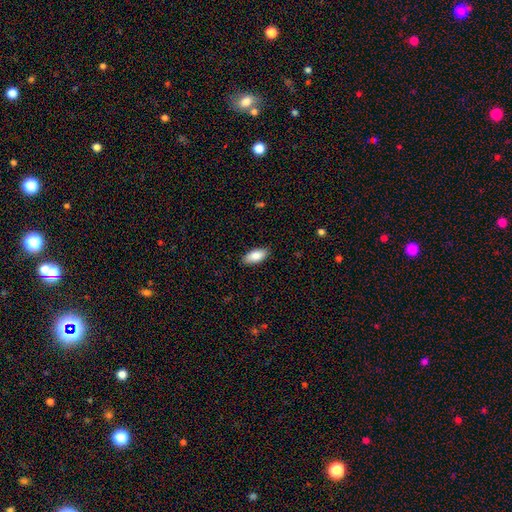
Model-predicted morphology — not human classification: A smooth galaxy with no disk features (86%) that is in between round and cigar-shaped (89%). Merging: none (87%).